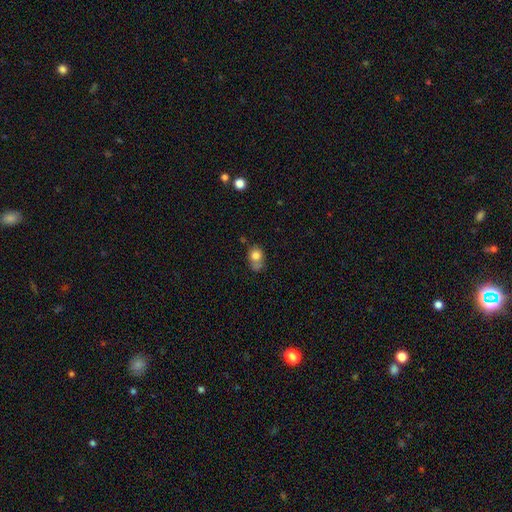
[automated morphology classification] Q: Smooth or featured?
A: smooth (78%); runner-up: featured or disk (12%)
Q: How rounded?
A: round (56%); runner-up: in between (43%)
Q: Merging?
A: none (41%); runner-up: minor disturbance (26%)